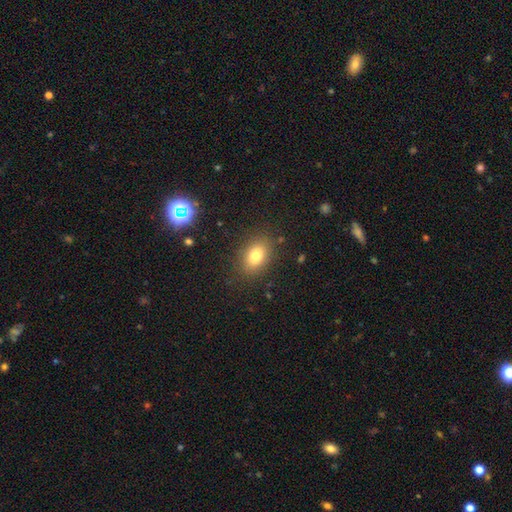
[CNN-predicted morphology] type=smooth (78%); roundness=in between (77%); merging=none (85%).